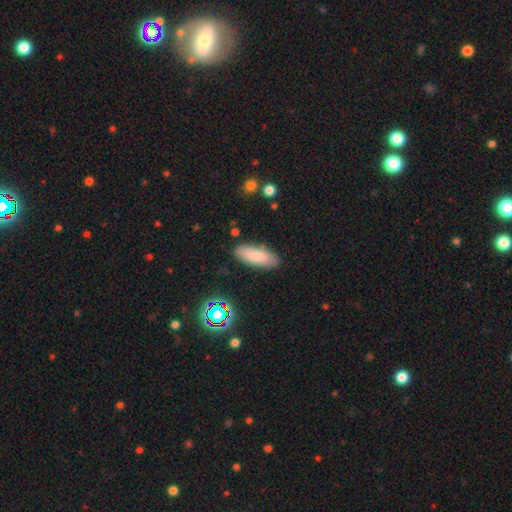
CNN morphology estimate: smooth_or_featured: smooth (p=0.82) [alt: featured or disk p=0.09]
how_rounded: in between (p=0.68) [alt: cigar-shaped p=0.30]
merging: none (p=0.83) [alt: minor disturbance p=0.12]